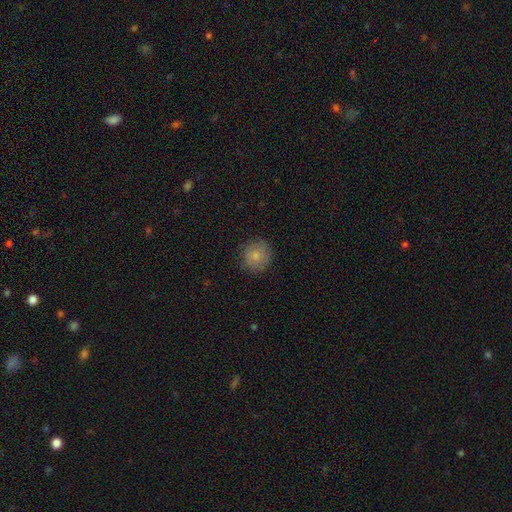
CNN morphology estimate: smooth_or_featured: smooth (p=0.81) [alt: featured or disk p=0.10]
how_rounded: round (p=0.89) [alt: in between p=0.10]
merging: none (p=0.84) [alt: minor disturbance p=0.12]